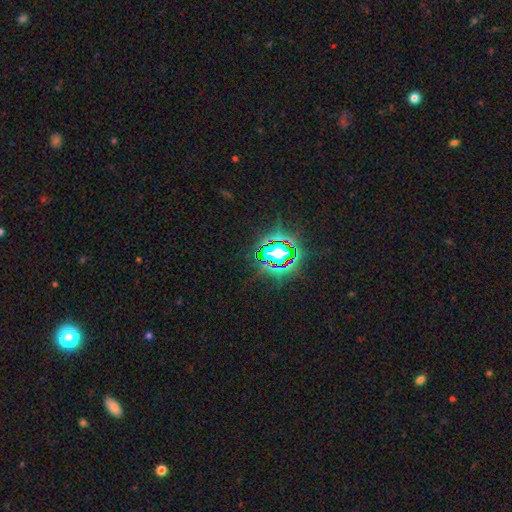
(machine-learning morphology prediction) A star or artifact, not a galaxy (81%).